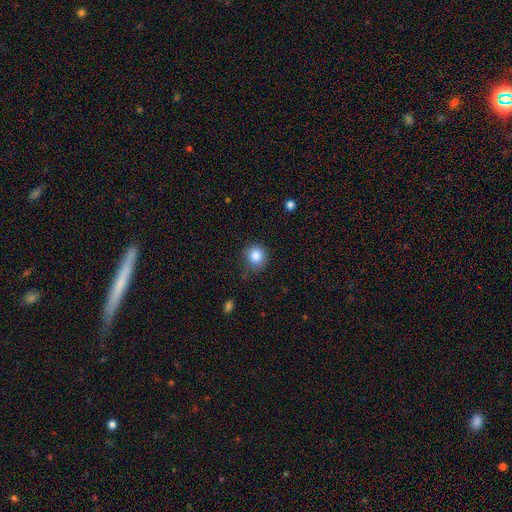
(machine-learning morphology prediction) Smooth or featured? Predicted: smooth (p=0.85). How rounded? Predicted: round (p=0.87). Merging? Predicted: none (p=0.81).